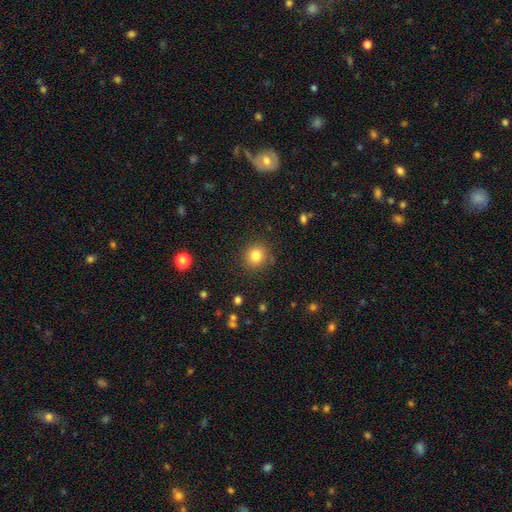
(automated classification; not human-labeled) Overall: smooth (81%). How rounded: round (87%). Merging: none (87%).